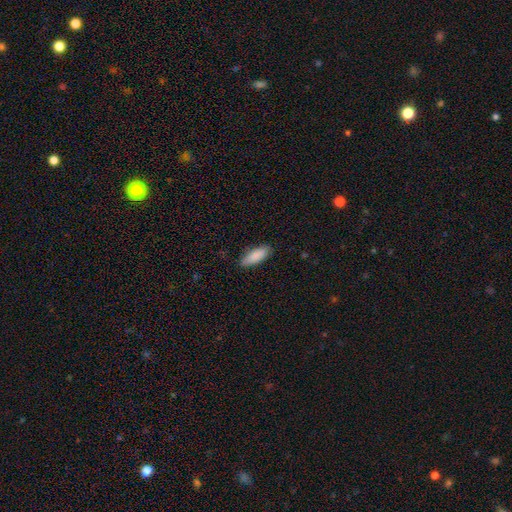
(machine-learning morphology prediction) smooth 88%, featured or disk 6%, star or artifact 6%. Down the decision tree: how rounded — in between (64%); merging — none (85%).